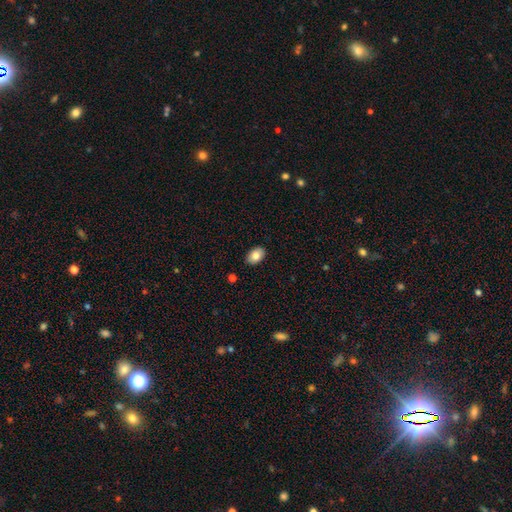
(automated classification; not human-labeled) Morphology: type=smooth (83%); roundness=in between (84%); merging=none (87%).